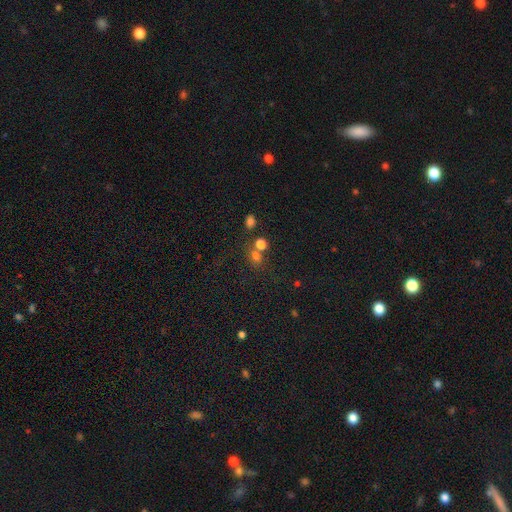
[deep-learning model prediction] The model was most divided on "merging": none: 56%, merger: 28%, minor disturbance: 10%, major disturbance: 6%. More confident: how rounded — round (69%); smooth or featured — smooth (66%).